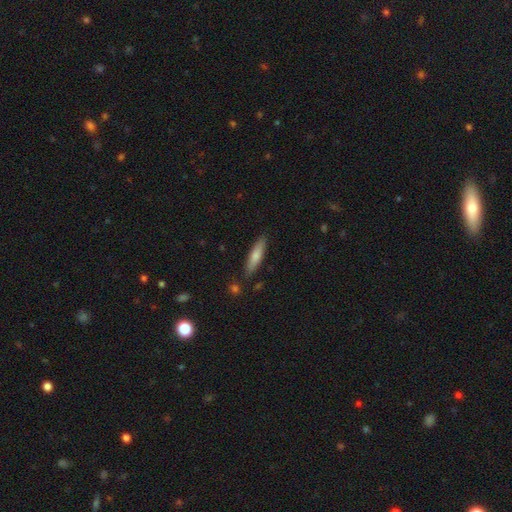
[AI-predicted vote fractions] This appears to be a smooth galaxy with no disk features (71%) that is cigar-shaped (77%). Merging: none (85%).